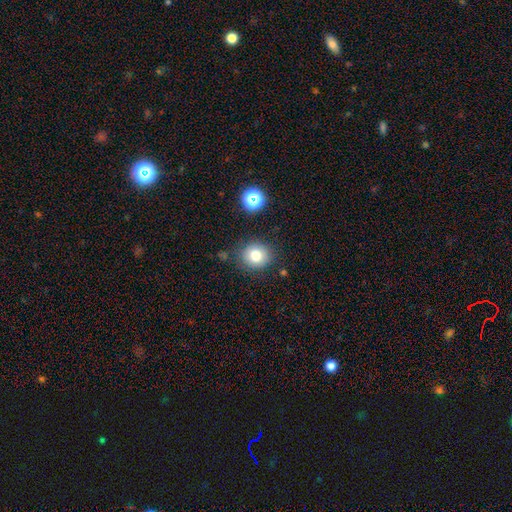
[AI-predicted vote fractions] smooth_or_featured: smooth (p=0.78) [alt: star or artifact p=0.12]
how_rounded: round (p=0.82) [alt: in between p=0.18]
merging: none (p=0.84) [alt: minor disturbance p=0.10]